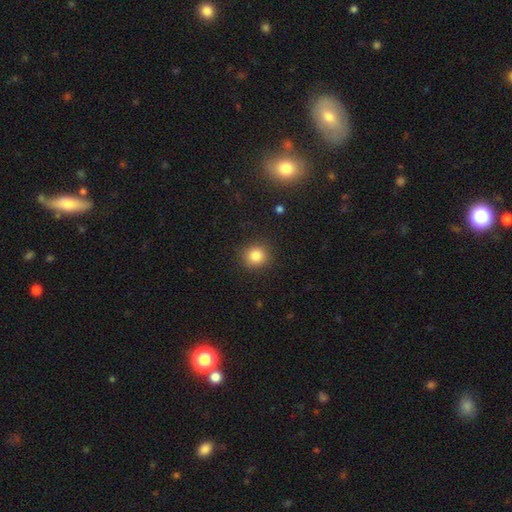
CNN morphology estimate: Smooth or featured? smooth (84%)
How rounded? round (88%)
Merging? none (89%)